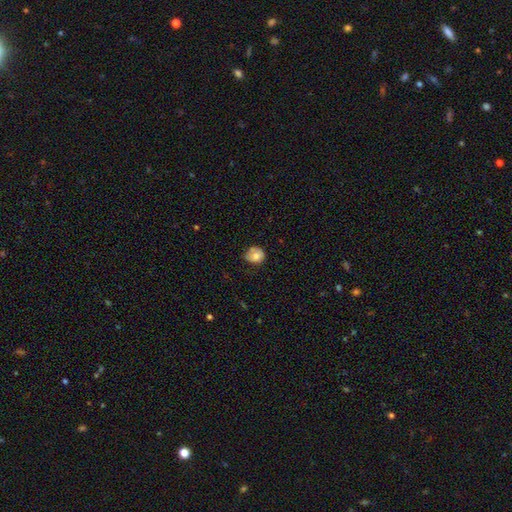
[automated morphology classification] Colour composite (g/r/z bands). It shows a smooth galaxy with no disk features (77%) that is round (69%). Merging: none (49%).